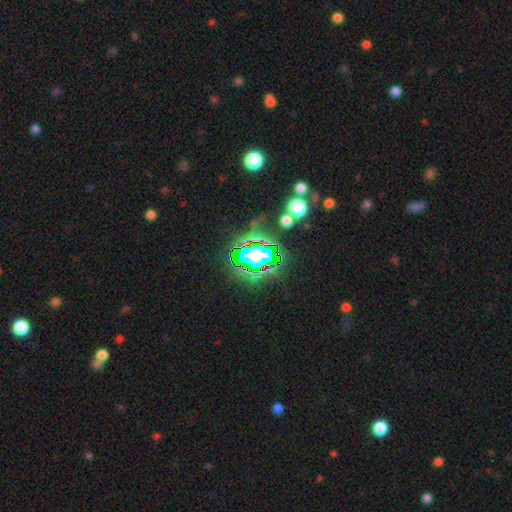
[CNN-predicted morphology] Q: Smooth or featured?
A: star or artifact (68%); runner-up: smooth (18%)